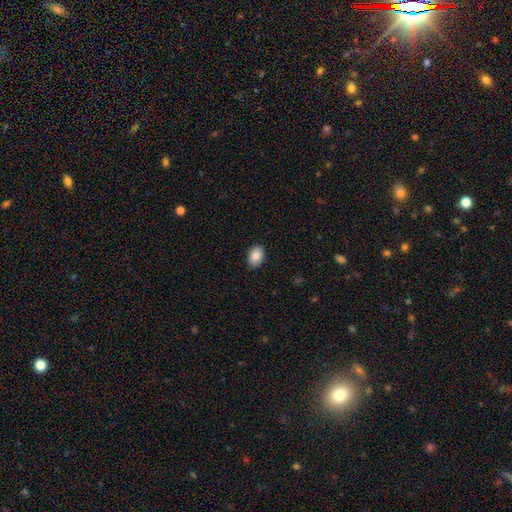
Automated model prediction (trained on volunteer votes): The model was most divided on "how rounded": in between: 85%, round: 14%, cigar-shaped: 1%. More confident: merging — none (90%); smooth or featured — smooth (88%).